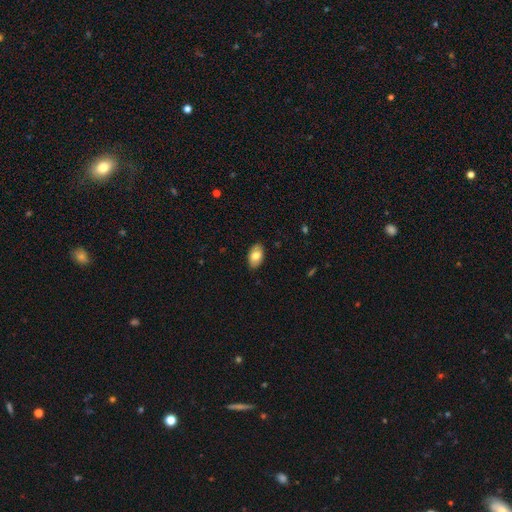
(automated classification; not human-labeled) Smooth or featured: smooth — 79% (featured or disk — 14%)
How rounded: in between — 93% (round — 5%)
Merging: none — 88% (minor disturbance — 9%)